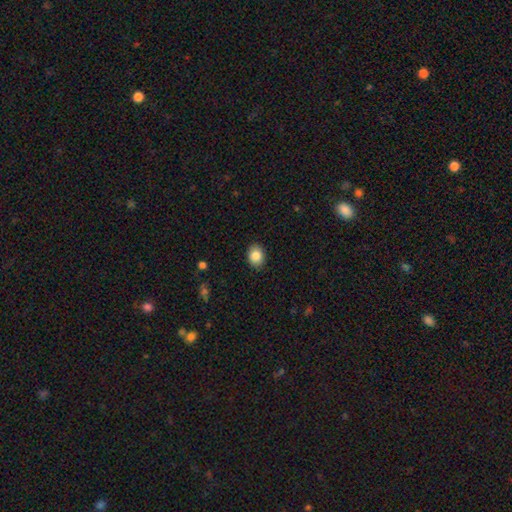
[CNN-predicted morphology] Smooth or featured? Predicted: smooth (p=0.86). How rounded? Predicted: in between (p=0.60). Merging? Predicted: none (p=0.88).